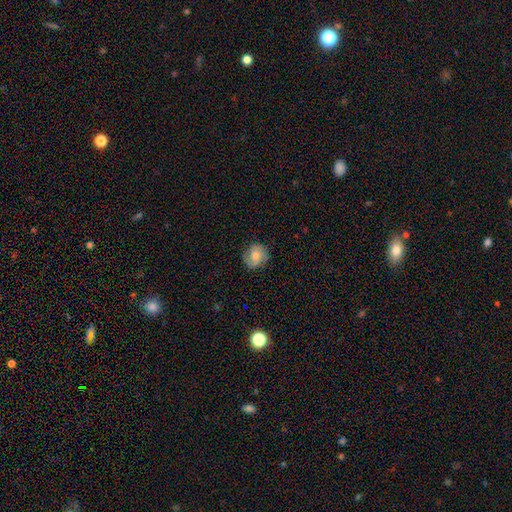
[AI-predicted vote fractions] Smooth or featured?
  - smooth: 47% *
  - featured or disk: 44%
  - star or artifact: 9%
Merging?
  - none: 78% *
  - minor disturbance: 15%
  - major disturbance: 5%
  - merger: 1%